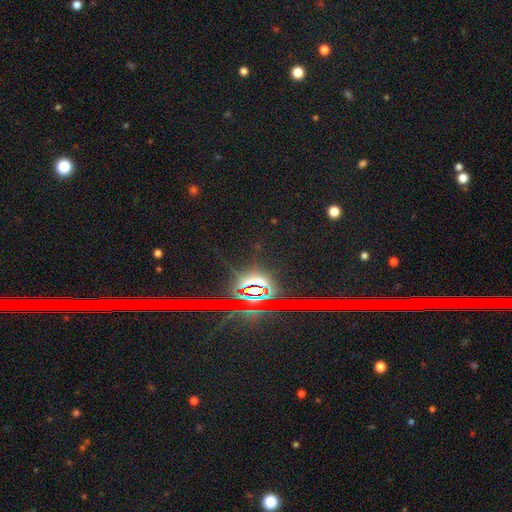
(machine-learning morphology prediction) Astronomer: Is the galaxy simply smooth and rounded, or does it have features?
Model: star or artifact — 85%.